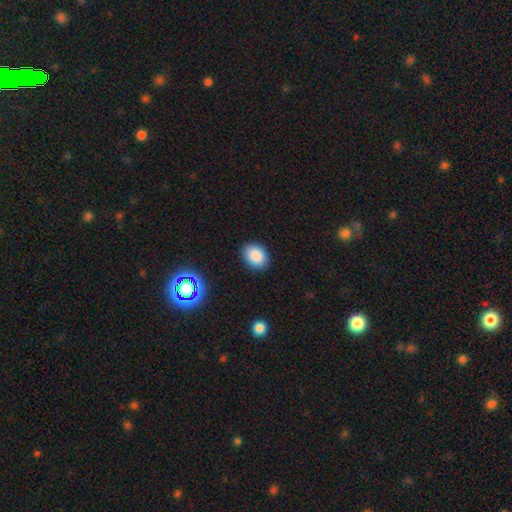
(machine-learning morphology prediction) This appears to be a smooth galaxy with no disk features (86%) that is in between round and cigar-shaped (68%). Merging: none (88%).